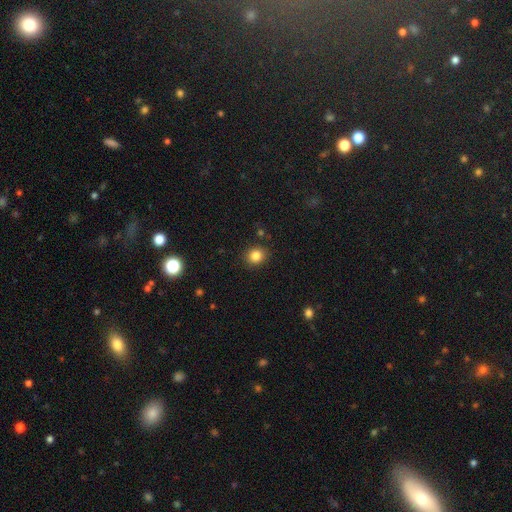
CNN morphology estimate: A smooth galaxy with no disk features (84%) that is round (77%). Merging: none (88%).